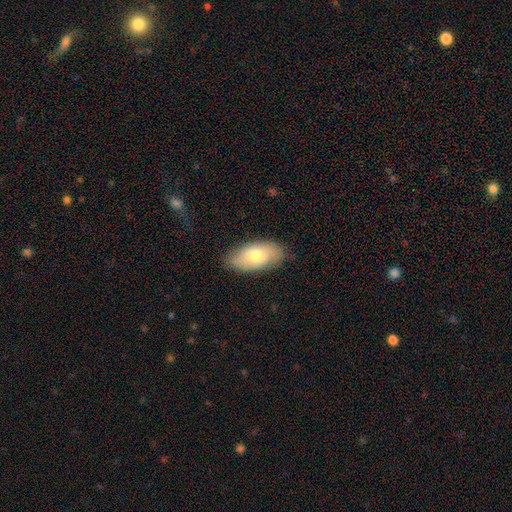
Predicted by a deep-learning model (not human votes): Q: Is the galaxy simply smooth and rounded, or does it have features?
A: smooth — 68%.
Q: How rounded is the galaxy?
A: in between — 93%.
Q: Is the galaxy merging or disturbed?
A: none — 81%.